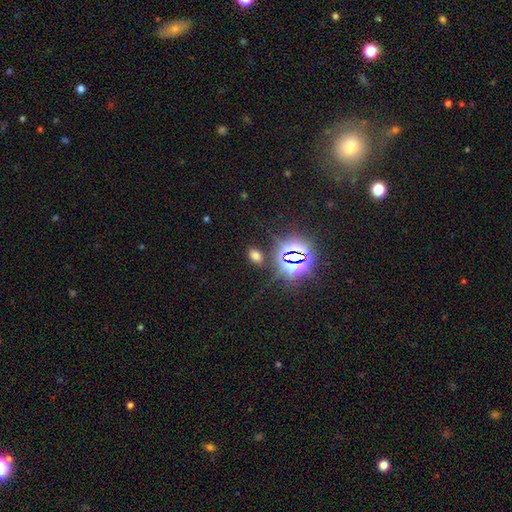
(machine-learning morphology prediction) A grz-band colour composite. It shows a smooth galaxy with no disk features (57%) that is in between round and cigar-shaped (86%). Merging: none (85%).